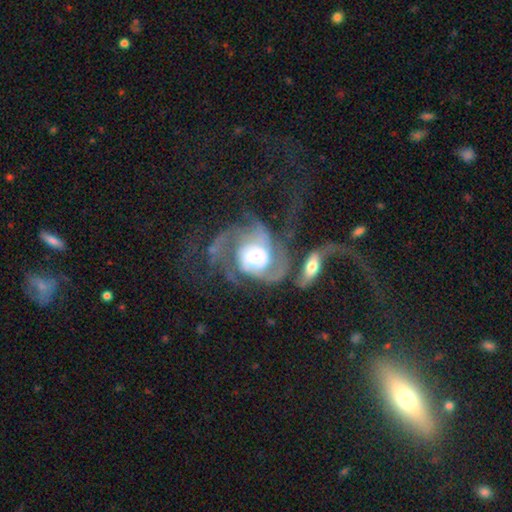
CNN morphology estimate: smooth_or_featured: featured or disk (p=0.82) [alt: smooth p=0.11]
disk_edge_on: no (p=0.97) [alt: yes p=0.03]
bar: no (p=0.59) [alt: weak p=0.31]
has_spiral_arms: yes (p=0.89) [alt: no p=0.11]
spiral_winding: medium (p=0.41) [alt: loose p=0.30]
spiral_arm_count: 2 (p=0.44) [alt: can't tell p=0.25]
bulge_size: moderate (p=0.58) [alt: large p=0.21]
merging: major disturbance (p=0.38) [alt: merger p=0.32]